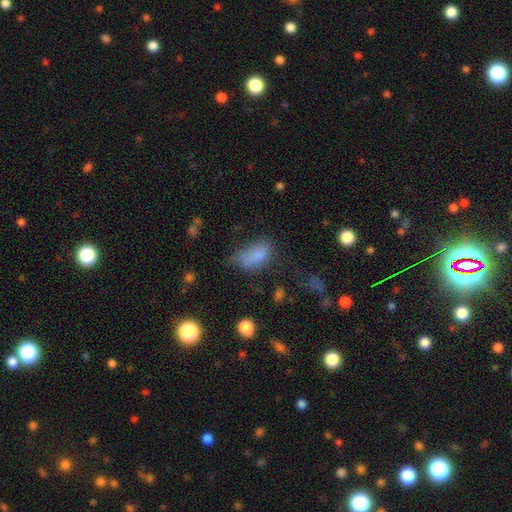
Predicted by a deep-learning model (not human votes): Smooth or featured? smooth (77%)
How rounded? in between (90%)
Merging? none (38%)